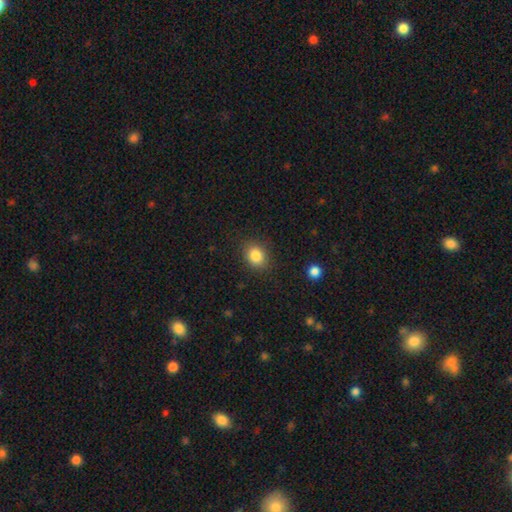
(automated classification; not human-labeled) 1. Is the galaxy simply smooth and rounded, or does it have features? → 85% smooth, 10% star or artifact, 6% featured or disk.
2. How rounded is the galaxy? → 52% round, 47% in between, 1% cigar-shaped.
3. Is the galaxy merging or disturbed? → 85% none, 10% minor disturbance, 3% major disturbance, 1% merger.